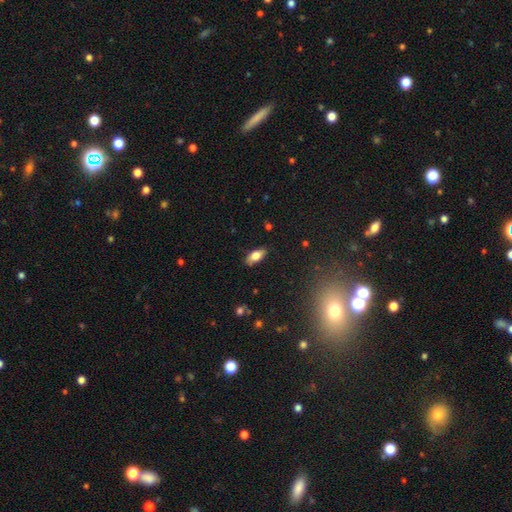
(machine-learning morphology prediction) smooth-or-featured: smooth: 73% | featured or disk: 19% | star or artifact: 7%
  how-rounded: in between: 86% | cigar-shaped: 11% | round: 3%
  merging: none: 82% | minor disturbance: 14% | major disturbance: 3% | merger: 1%